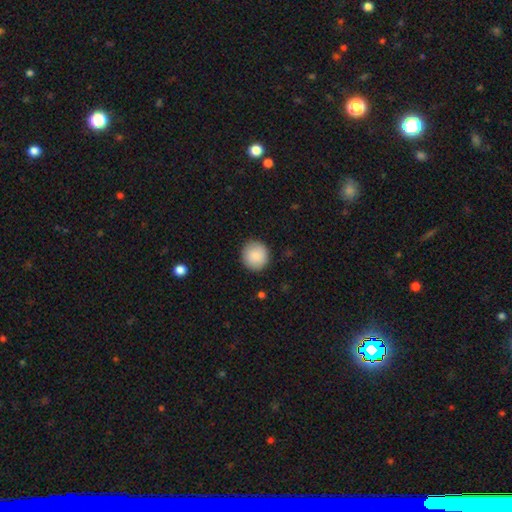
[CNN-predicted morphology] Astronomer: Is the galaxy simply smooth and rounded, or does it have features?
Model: smooth — 88%.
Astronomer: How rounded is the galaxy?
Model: round — 93%.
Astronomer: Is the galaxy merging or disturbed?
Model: none — 91%.